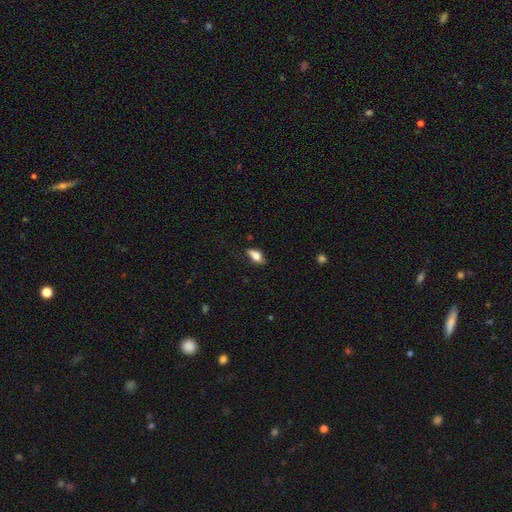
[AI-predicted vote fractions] Smooth or featured? Predicted: smooth (p=0.67). How rounded? Predicted: in between (p=0.81). Merging? Predicted: none (p=0.69).